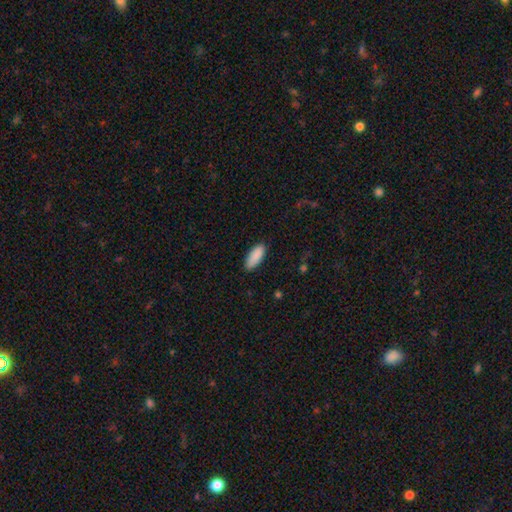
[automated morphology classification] type=smooth (90%); roundness=in between (79%); merging=none (85%).